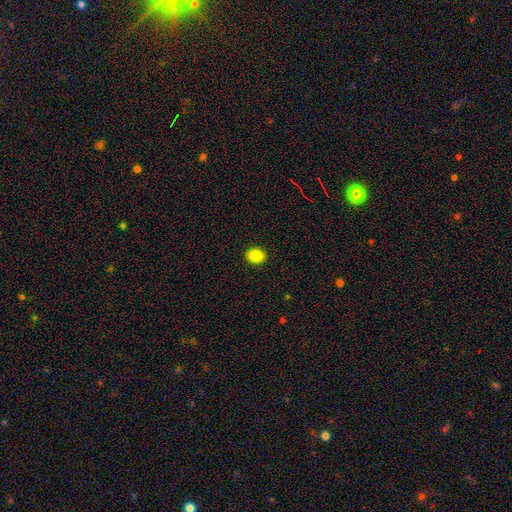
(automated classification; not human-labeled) smooth_or_featured: smooth (p=0.85) [alt: star or artifact p=0.09]
how_rounded: round (p=0.50) [alt: in between p=0.49]
merging: none (p=0.91) [alt: minor disturbance p=0.06]